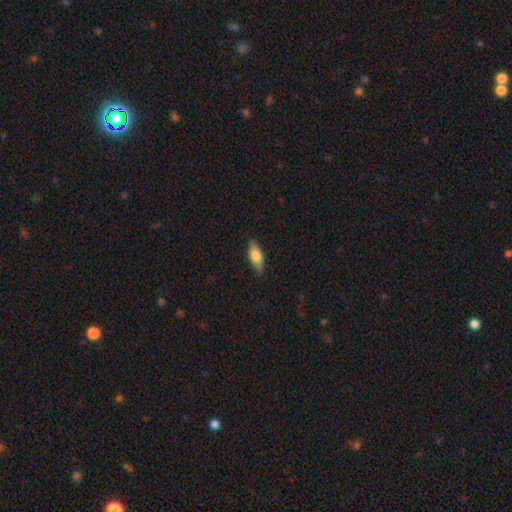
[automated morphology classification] Smooth or featured? Predicted: smooth (p=0.67). How rounded? Predicted: in between (p=0.71). Merging? Predicted: none (p=0.86).